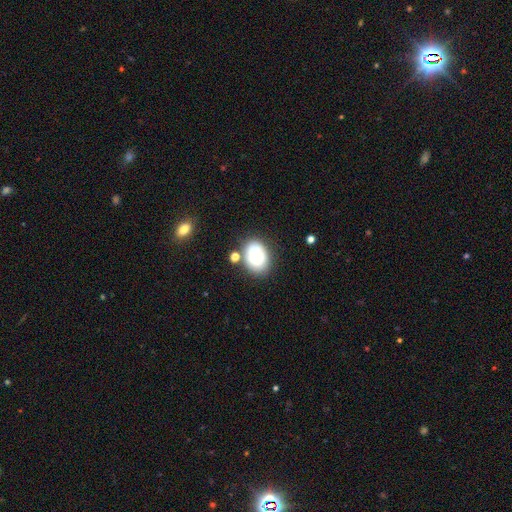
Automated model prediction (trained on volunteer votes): smooth-or-featured: smooth: 73% | featured or disk: 19% | star or artifact: 9%
  how-rounded: in between: 68% | round: 31% | cigar-shaped: 1%
  merging: none: 67% | minor disturbance: 18% | merger: 10% | major disturbance: 5%